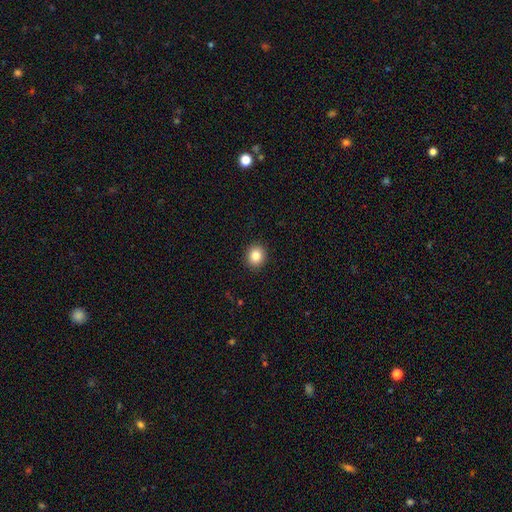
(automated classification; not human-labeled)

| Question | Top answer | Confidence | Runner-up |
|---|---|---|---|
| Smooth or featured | smooth | 84% | star or artifact (10%) |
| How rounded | round | 79% | in between (20%) |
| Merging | none | 92% | minor disturbance (6%) |